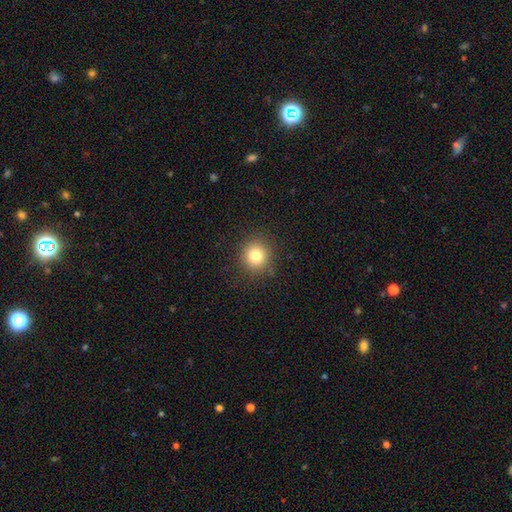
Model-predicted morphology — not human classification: Smooth or featured: smooth — 80% (star or artifact — 13%)
How rounded: round — 92% (in between — 7%)
Merging: none — 89% (minor disturbance — 7%)